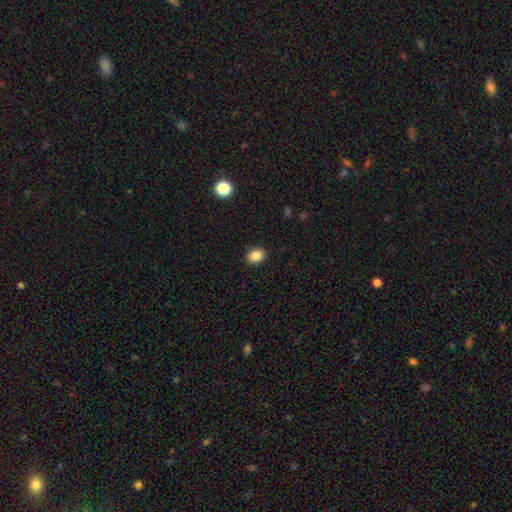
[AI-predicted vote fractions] smooth-or-featured: smooth: 86% | star or artifact: 10% | featured or disk: 4%
  how-rounded: round: 51% | in between: 48% | cigar-shaped: 1%
  merging: none: 91% | minor disturbance: 7% | major disturbance: 2% | merger: 1%